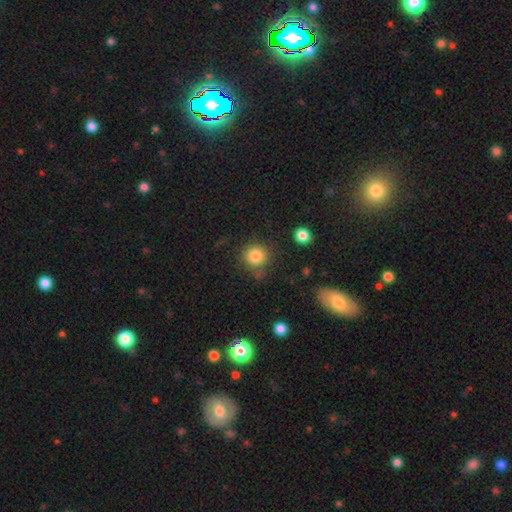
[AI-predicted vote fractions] Smooth or featured? smooth (83%)
How rounded? round (92%)
Merging? none (76%)